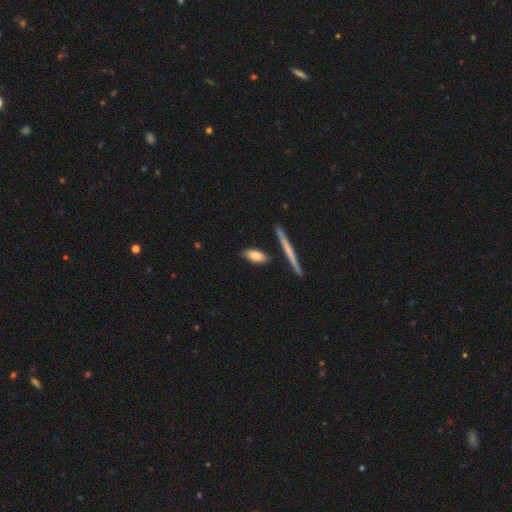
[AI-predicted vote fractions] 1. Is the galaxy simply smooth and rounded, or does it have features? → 76% smooth, 18% featured or disk, 6% star or artifact.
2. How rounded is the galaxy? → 68% in between, 29% cigar-shaped, 4% round.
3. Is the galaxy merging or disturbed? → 79% none, 13% minor disturbance, 5% merger, 3% major disturbance.